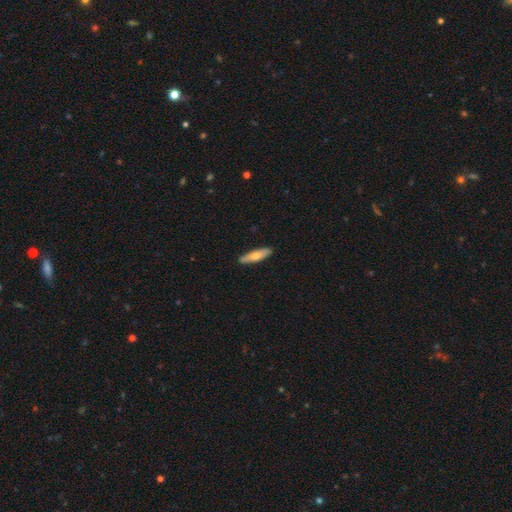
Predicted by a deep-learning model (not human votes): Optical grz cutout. It shows a smooth galaxy with no disk features (66%) that is cigar-shaped (72%). Merging: none (89%).